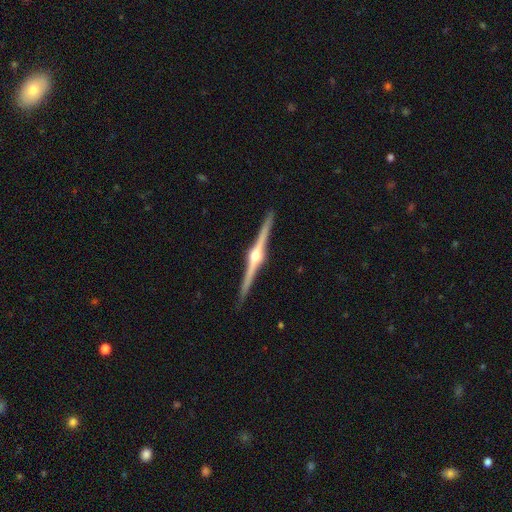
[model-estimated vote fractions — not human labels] Morphology: type=featured or disk (89%); edge-on=yes (99%); edge-on bulge=rounded (96%); merging=none (92%).